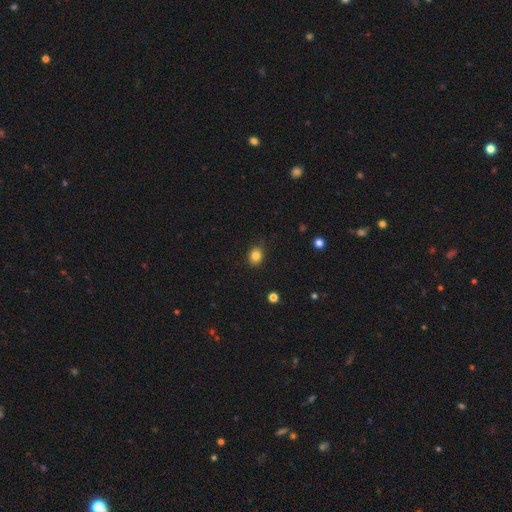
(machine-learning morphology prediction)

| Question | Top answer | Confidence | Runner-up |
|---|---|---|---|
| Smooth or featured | smooth | 84% | star or artifact (11%) |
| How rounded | round | 60% | in between (39%) |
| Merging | none | 81% | minor disturbance (15%) |